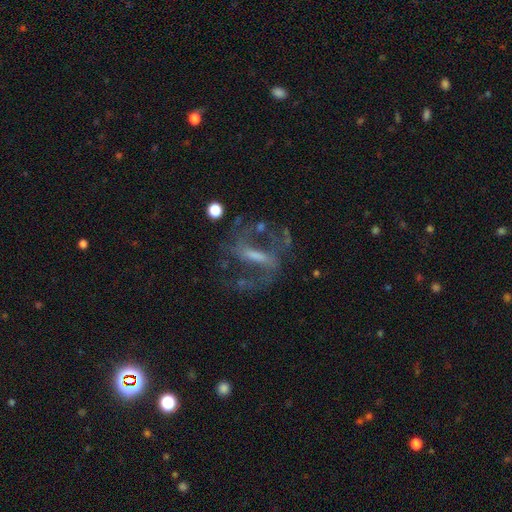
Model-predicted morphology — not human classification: A featured or disk galaxy (78%) with a strong bar (56%), 2 (81%) medium (44%) spiral arms (82%) and a small central bulge (32%).

Vote fractions:
- Smooth or featured? featured or disk: 78% / star or artifact: 11% / smooth: 11%
- Edge-on disk? no: 90% / yes: 10%
- Bar? strong: 56% / weak: 32% / no: 12%
- Spiral arms? yes: 82% / no: 18%
- Spiral winding? medium: 44% / loose: 43% / tight: 13%
- Spiral arm count? 2: 81% / can't tell: 10% / 1: 4% / 3: 2% / 4: 2% / more than 4: 1%
- Bulge size? small: 32% / none: 31% / moderate: 28% / large: 7% / dominant: 2%
- Merging? none: 56% / major disturbance: 24% / minor disturbance: 15% / merger: 4%